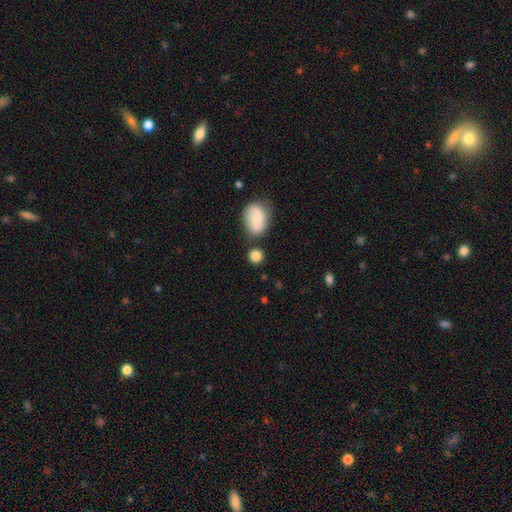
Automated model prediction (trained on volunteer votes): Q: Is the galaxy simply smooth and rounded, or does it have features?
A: smooth — 84%.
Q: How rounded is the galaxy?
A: round — 83%.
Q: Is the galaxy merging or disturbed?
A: none — 74%.